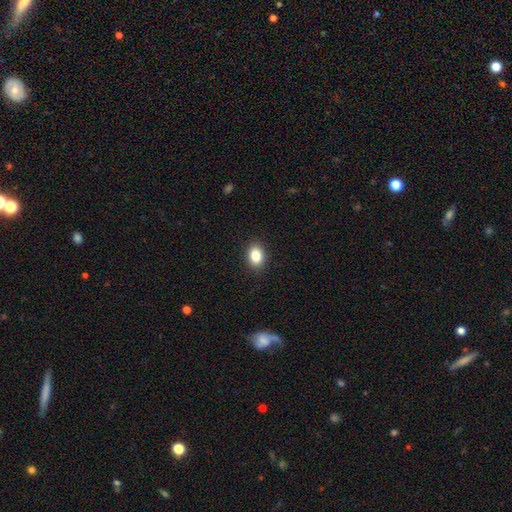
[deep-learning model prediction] This is clearly a smooth galaxy (84%). How rounded: likely in between (74%). Merging: clearly none (90%).